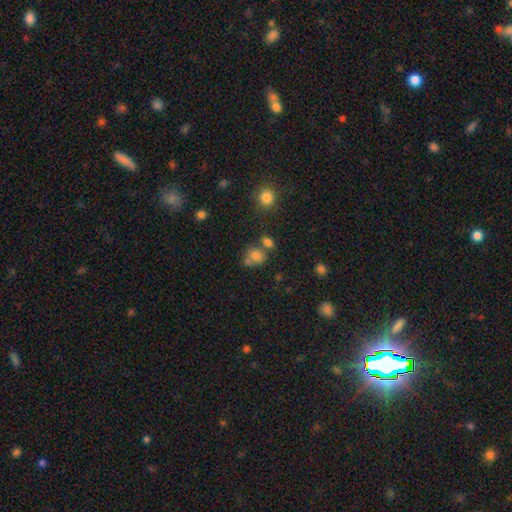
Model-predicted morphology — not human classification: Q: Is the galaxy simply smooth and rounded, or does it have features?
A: smooth — 75%.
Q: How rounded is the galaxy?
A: round — 63%.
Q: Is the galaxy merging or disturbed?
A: none — 50%.